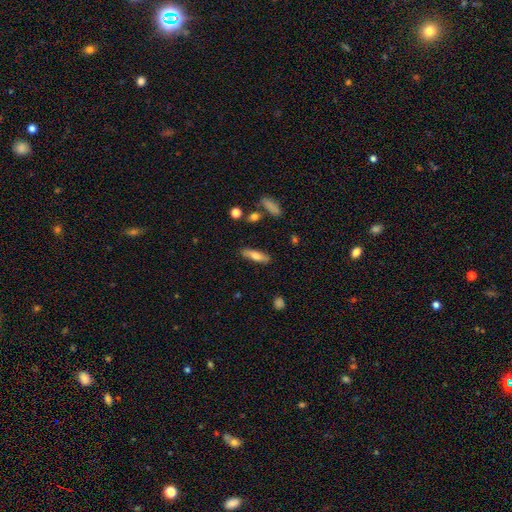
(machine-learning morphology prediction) Smooth or featured? smooth (69%)
How rounded? cigar-shaped (62%)
Merging? none (85%)